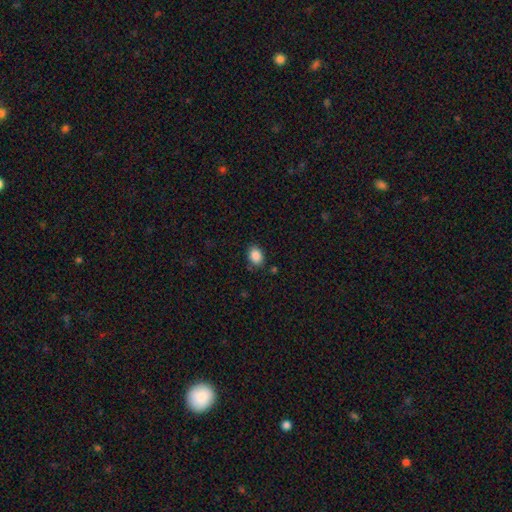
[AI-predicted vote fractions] The model was most divided on "how rounded": in between: 71%, round: 28%, cigar-shaped: 1%. More confident: smooth or featured — smooth (87%); merging — none (83%).